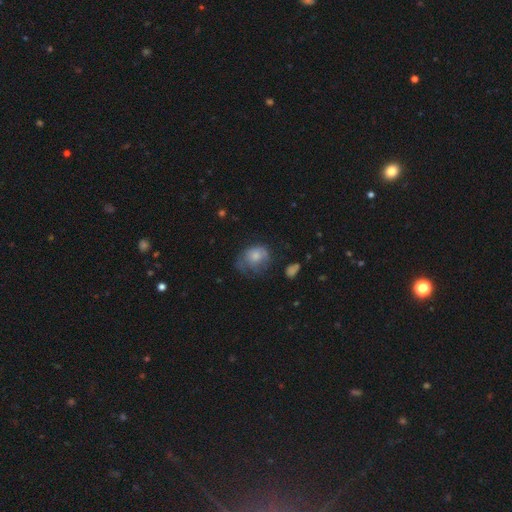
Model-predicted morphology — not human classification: smooth-or-featured: smooth: 64% | featured or disk: 27% | star or artifact: 9%
  how-rounded: in between: 50% | round: 49% | cigar-shaped: 1%
  merging: major disturbance: 35% | none: 31% | minor disturbance: 30% | merger: 3%